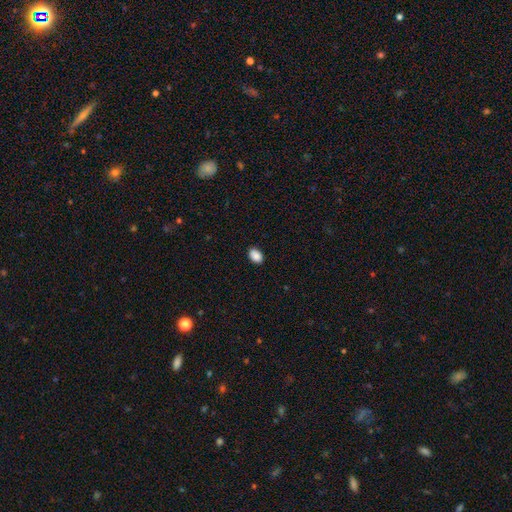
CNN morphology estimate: A smooth galaxy with no disk features (89%) that is in between round and cigar-shaped (85%). Merging: none (86%).